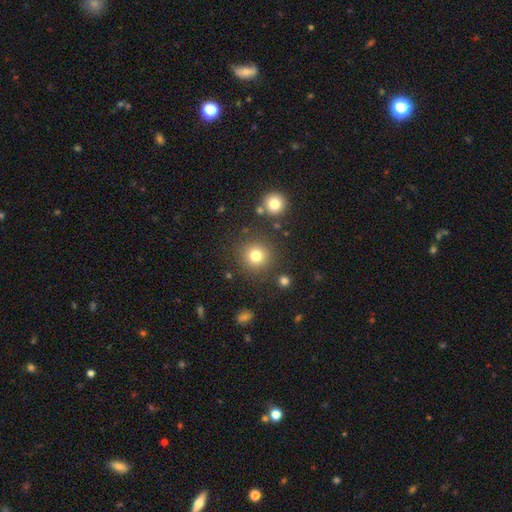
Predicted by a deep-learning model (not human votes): Smooth or featured?
  - smooth: 80% *
  - star or artifact: 13%
  - featured or disk: 7%
How rounded?
  - round: 94% *
  - in between: 5%
  - cigar-shaped: 1%
Merging?
  - none: 86% *
  - minor disturbance: 7%
  - merger: 4%
  - major disturbance: 3%